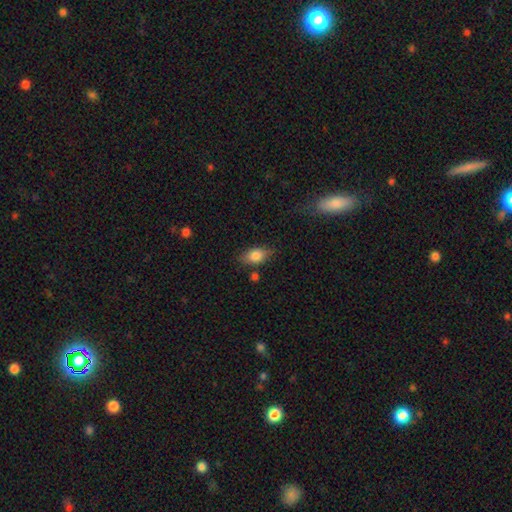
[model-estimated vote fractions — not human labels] smooth-or-featured: smooth: 81% | featured or disk: 11% | star or artifact: 8%
  how-rounded: in between: 85% | round: 11% | cigar-shaped: 4%
  merging: none: 73% | minor disturbance: 19% | major disturbance: 4% | merger: 4%